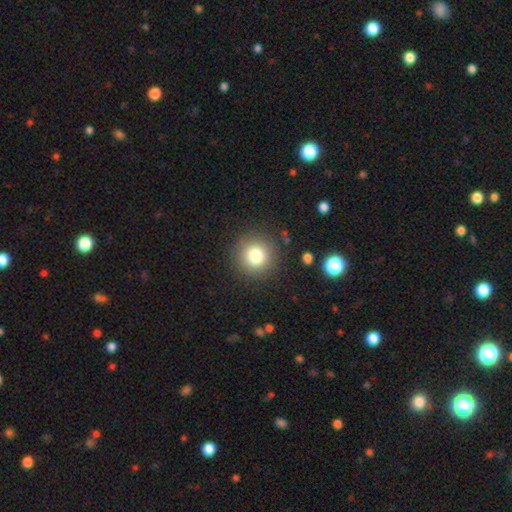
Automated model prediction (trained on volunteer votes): The model was most divided on "smooth or featured": smooth: 79%, star or artifact: 13%, featured or disk: 8%. More confident: how rounded — round (95%); merging — none (89%).